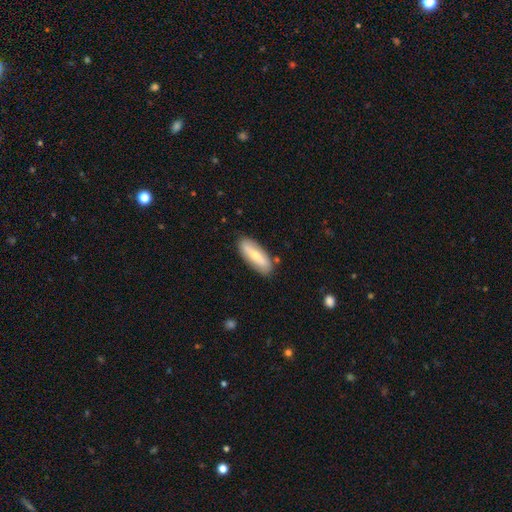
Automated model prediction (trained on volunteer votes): Smooth or featured? Predicted: smooth (p=0.58). How rounded? Predicted: in between (p=0.63). Merging? Predicted: none (p=0.84).